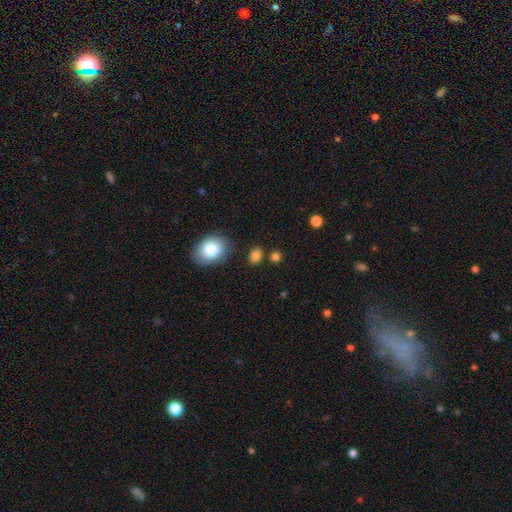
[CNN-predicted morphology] This is clearly a smooth galaxy (82%). How rounded: possibly in between (51%). Merging: likely none (78%).